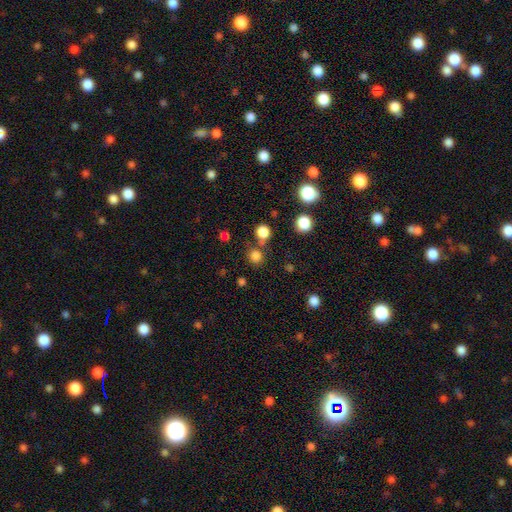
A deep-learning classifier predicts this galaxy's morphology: Smooth or featured? smooth (79%)
How rounded? round (91%)
Merging? none (74%)